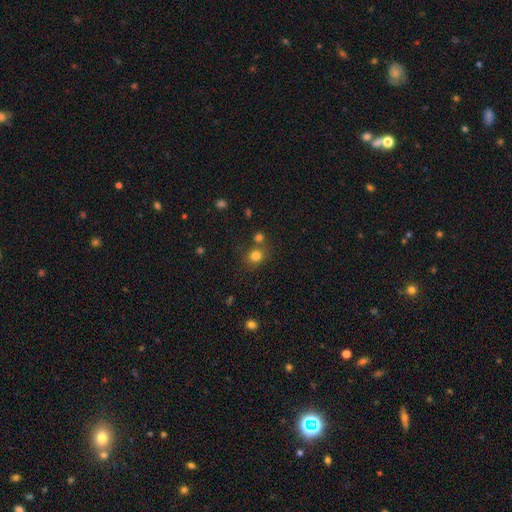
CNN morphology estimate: This is likely a smooth galaxy (79%). How rounded: clearly round (82%). Merging: likely none (67%).